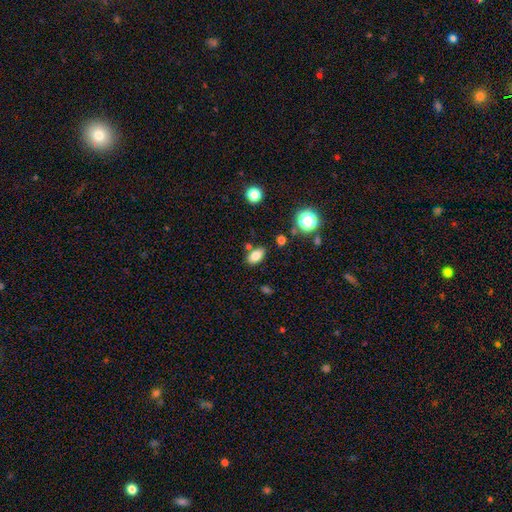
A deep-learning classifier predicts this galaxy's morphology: Smooth or featured?
  - smooth: 81% *
  - star or artifact: 11%
  - featured or disk: 8%
How rounded?
  - in between: 88% *
  - round: 10%
  - cigar-shaped: 2%
Merging?
  - none: 79% *
  - minor disturbance: 11%
  - merger: 7%
  - major disturbance: 3%